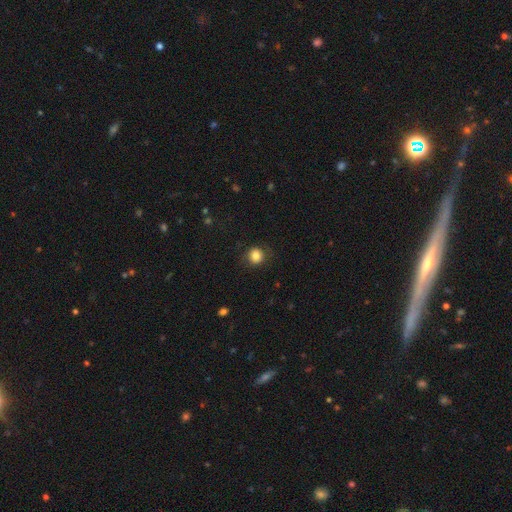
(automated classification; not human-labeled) The model was most divided on "merging": none: 82%, minor disturbance: 12%, major disturbance: 5%, merger: 1%. More confident: how rounded — round (86%); smooth or featured — smooth (84%).